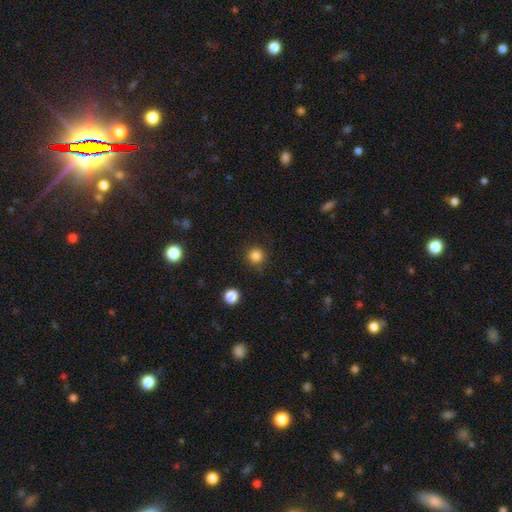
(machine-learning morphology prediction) smooth-or-featured: smooth: 84% | star or artifact: 12% | featured or disk: 4%
  how-rounded: round: 95% | in between: 5% | cigar-shaped: 1%
  merging: none: 87% | minor disturbance: 8% | major disturbance: 3% | merger: 2%